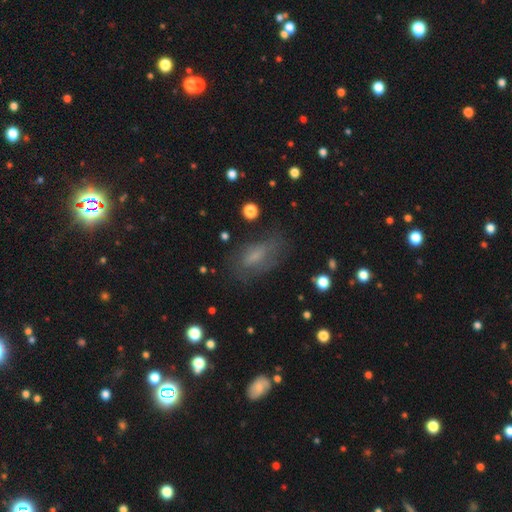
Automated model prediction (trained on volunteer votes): A smooth galaxy with no disk features (58%) that is in between round and cigar-shaped (79%). Merging: none (65%).